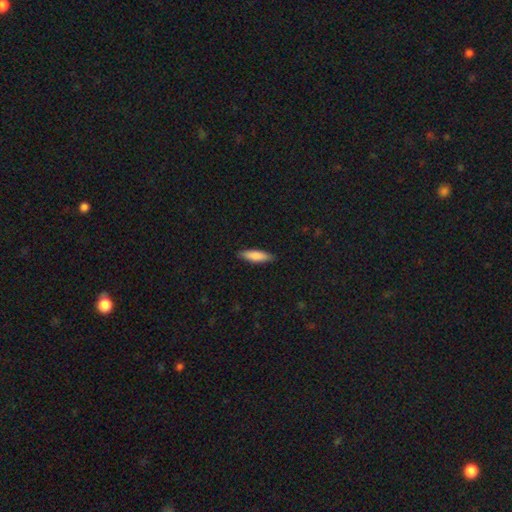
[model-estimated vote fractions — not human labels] Smooth or featured? smooth (83%)
How rounded? cigar-shaped (61%)
Merging? none (89%)